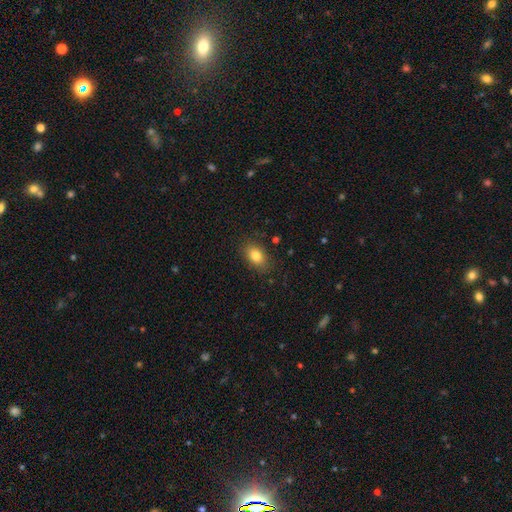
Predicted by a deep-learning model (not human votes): A smooth galaxy with no disk features (83%) that is in between round and cigar-shaped (85%).

Vote fractions:
- Smooth or featured? smooth: 83% / star or artifact: 9% / featured or disk: 8%
- How rounded? in between: 85% / round: 13% / cigar-shaped: 2%
- Merging? none: 85% / minor disturbance: 11% / major disturbance: 3% / merger: 1%